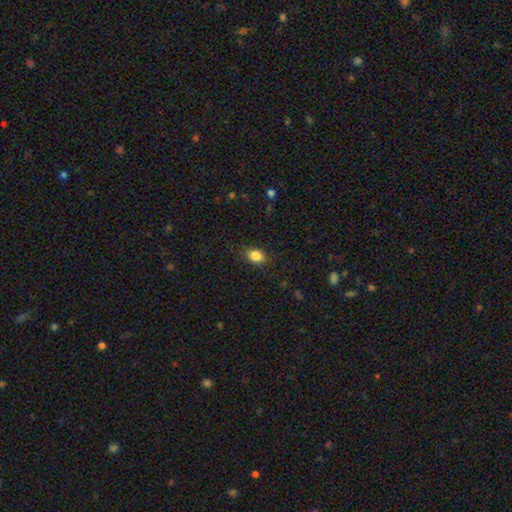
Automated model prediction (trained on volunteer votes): A smooth galaxy with no disk features (85%) that is in between round and cigar-shaped (68%).

Vote fractions:
- Smooth or featured? smooth: 85% / star or artifact: 9% / featured or disk: 5%
- How rounded? in between: 68% / round: 31% / cigar-shaped: 1%
- Merging? none: 84% / minor disturbance: 12% / major disturbance: 3% / merger: 1%